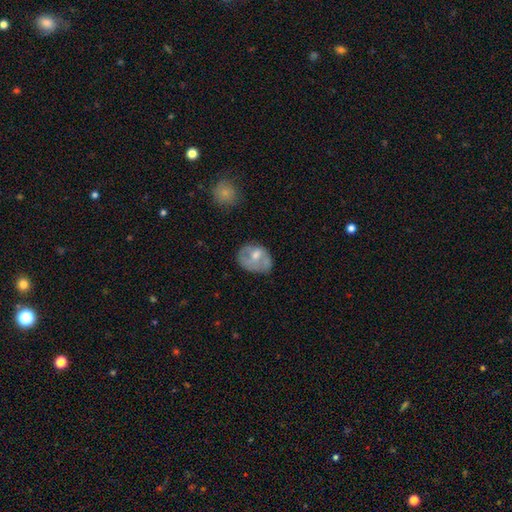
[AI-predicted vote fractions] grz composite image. It shows a smooth galaxy with no disk features (46%). Merging: none (56%).